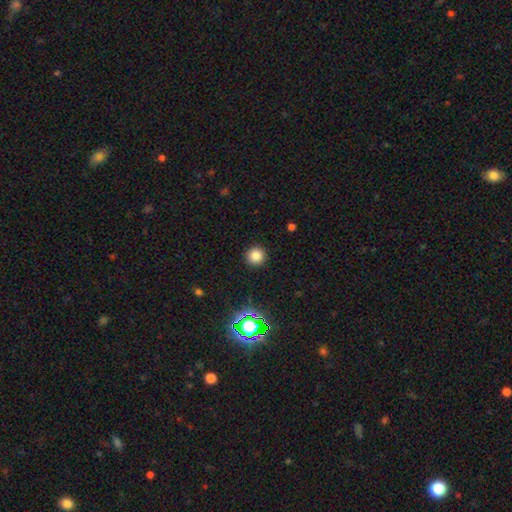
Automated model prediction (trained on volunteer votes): A smooth galaxy with no disk features (80%) that is round (95%).

Vote fractions:
- Smooth or featured? smooth: 80% / star or artifact: 15% / featured or disk: 5%
- How rounded? round: 95% / in between: 4% / cigar-shaped: 1%
- Merging? none: 92% / minor disturbance: 5% / major disturbance: 2% / merger: 1%